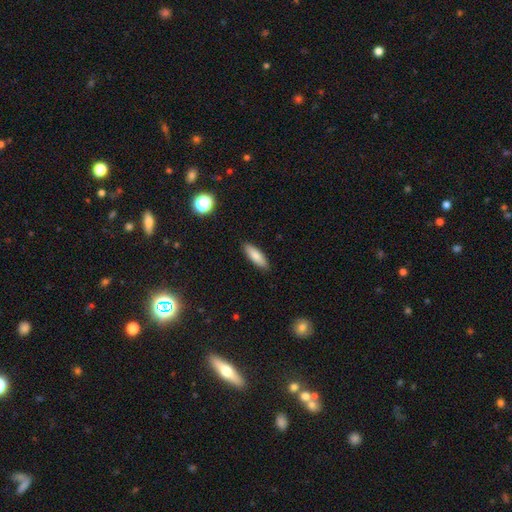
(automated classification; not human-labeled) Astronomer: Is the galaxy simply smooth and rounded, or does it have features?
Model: smooth — 81%.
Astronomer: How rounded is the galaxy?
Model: in between — 53% (runner-up: cigar-shaped, 45%).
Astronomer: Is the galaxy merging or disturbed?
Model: none — 89%.